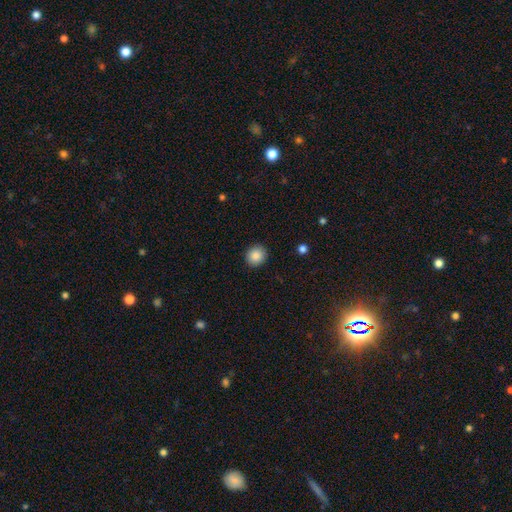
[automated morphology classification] The model was most divided on "how rounded": round: 88%, in between: 12%, cigar-shaped: 1%. More confident: merging — none (91%); smooth or featured — smooth (87%).